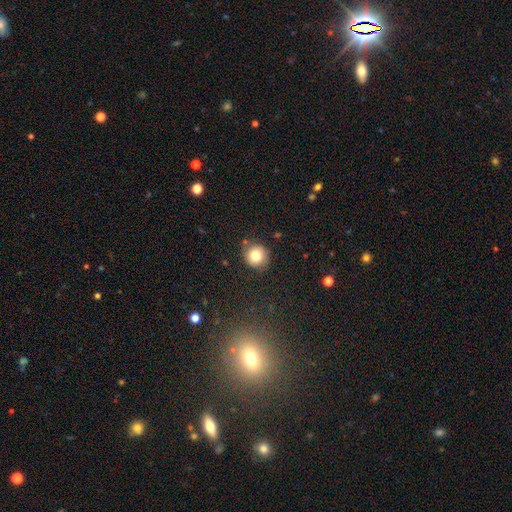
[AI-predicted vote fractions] This is likely a smooth galaxy (80%). How rounded: clearly round (92%). Merging: clearly none (84%).